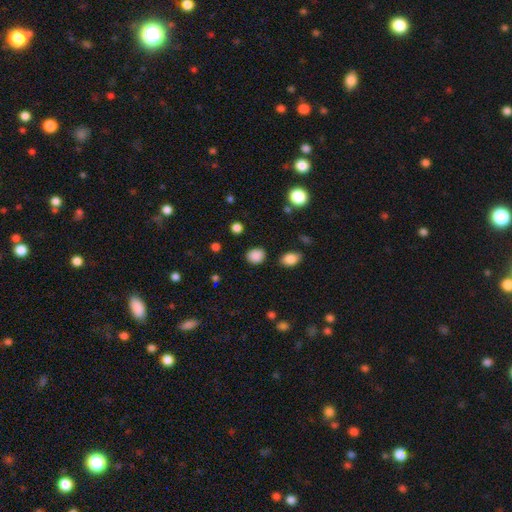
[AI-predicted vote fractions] Smooth or featured? smooth (86%)
How rounded? round (68%)
Merging? none (85%)